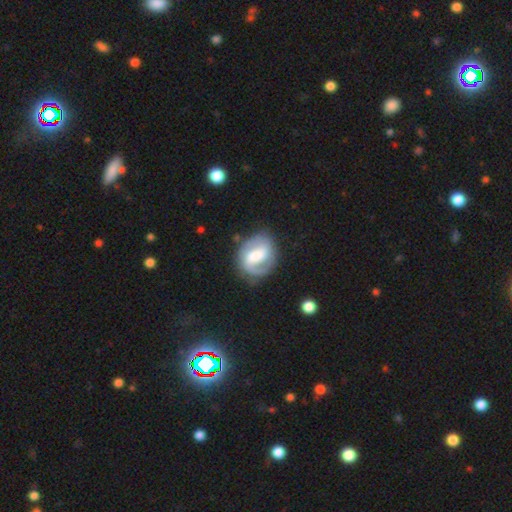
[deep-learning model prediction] The model was most divided on "bar": weak: 44%, strong: 36%, no: 20%. Remaining: edge-on disk — no (98%); spiral arms — yes (90%); spiral arm count — 2 (83%); smooth or featured — featured or disk (77%); merging — none (76%); spiral winding — medium (47%); bulge size — moderate (40%).